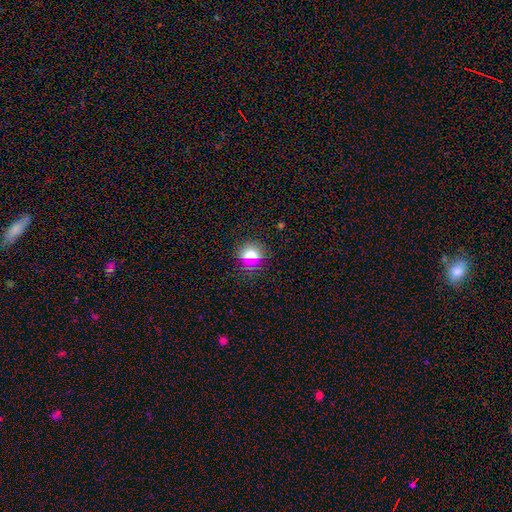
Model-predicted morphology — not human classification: The model was most divided on "smooth or featured": smooth: 65%, star or artifact: 24%, featured or disk: 11%. More confident: merging — none (87%); how rounded — round (85%).